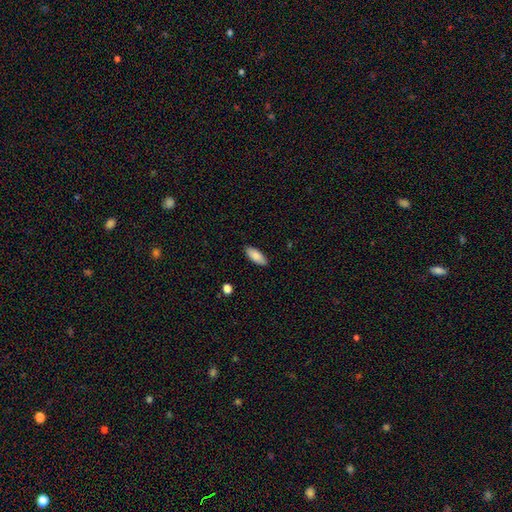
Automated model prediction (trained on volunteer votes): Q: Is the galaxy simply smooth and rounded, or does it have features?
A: smooth — 87%.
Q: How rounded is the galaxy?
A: in between — 80%.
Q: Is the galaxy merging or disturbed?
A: none — 88%.